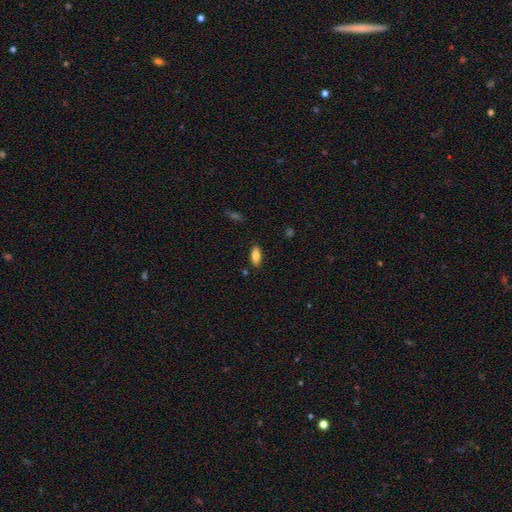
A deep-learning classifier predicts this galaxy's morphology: This is clearly a smooth galaxy (82%). How rounded: clearly in between (85%). Merging: clearly none (86%).